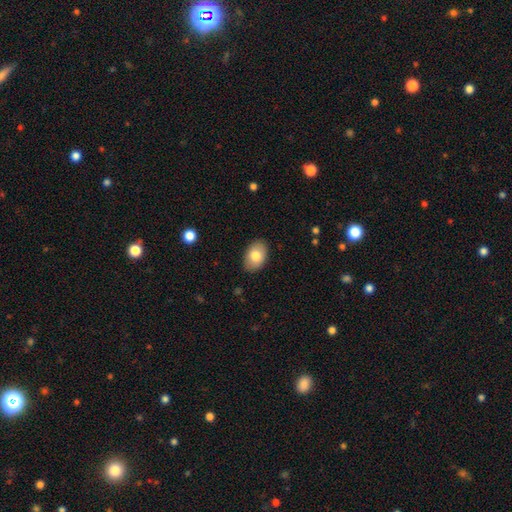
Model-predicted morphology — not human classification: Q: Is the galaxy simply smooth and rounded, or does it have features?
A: smooth — 79%.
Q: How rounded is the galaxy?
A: in between — 88%.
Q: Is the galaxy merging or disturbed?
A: none — 87%.